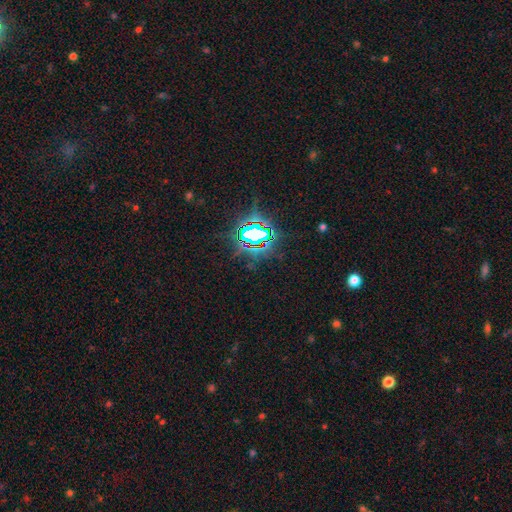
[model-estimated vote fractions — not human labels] A star or artifact, not a galaxy (82%).

Vote fractions:
- Smooth or featured? star or artifact: 82% / smooth: 11% / featured or disk: 7%